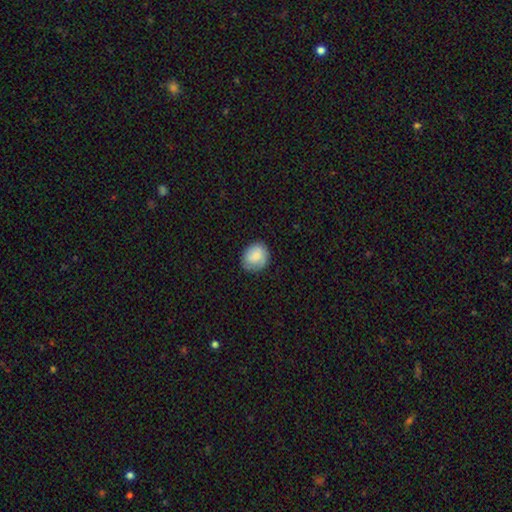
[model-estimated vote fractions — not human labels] Smooth or featured? Predicted: smooth (p=0.75). How rounded? Predicted: round (p=0.60). Merging? Predicted: none (p=0.76).